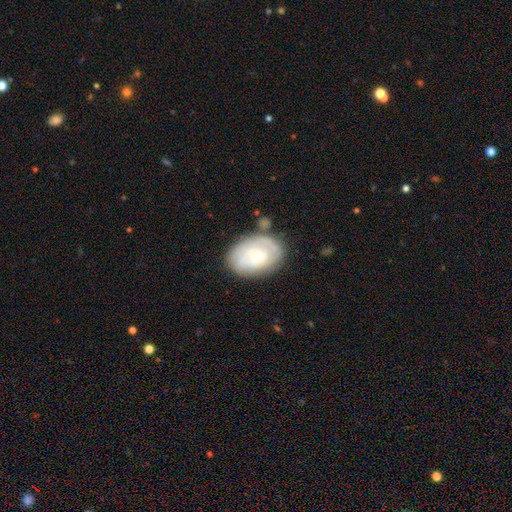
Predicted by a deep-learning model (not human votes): Smooth or featured? Predicted: smooth (p=0.47). Merging? Predicted: none (p=0.67).